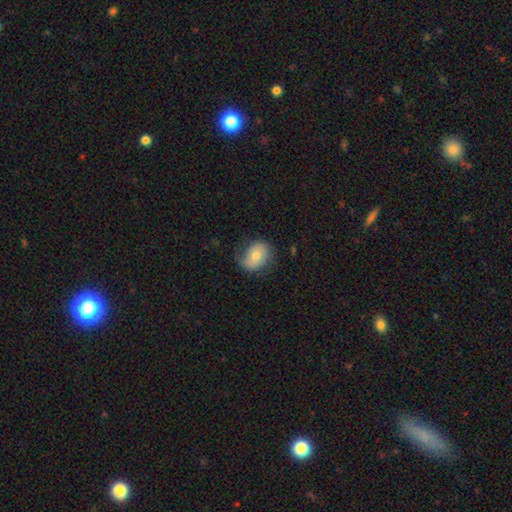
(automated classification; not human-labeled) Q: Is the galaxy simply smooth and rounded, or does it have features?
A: smooth — 63%.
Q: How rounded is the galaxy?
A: in between — 63%.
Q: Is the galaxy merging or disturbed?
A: none — 66%.